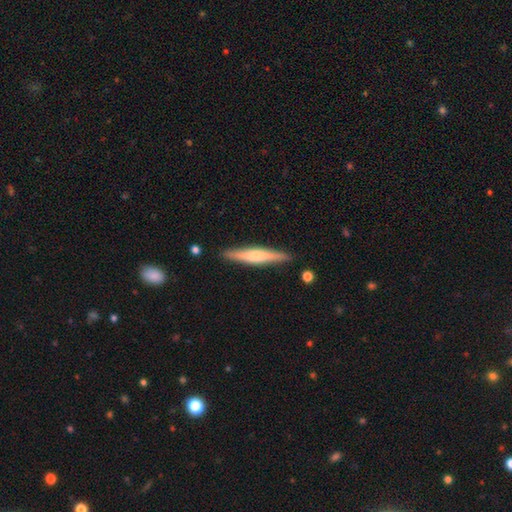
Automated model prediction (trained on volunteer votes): Q: Smooth or featured?
A: featured or disk (52%); runner-up: smooth (43%)
Q: Edge-on disk?
A: yes (96%); runner-up: no (4%)
Q: Merging?
A: none (89%); runner-up: minor disturbance (8%)